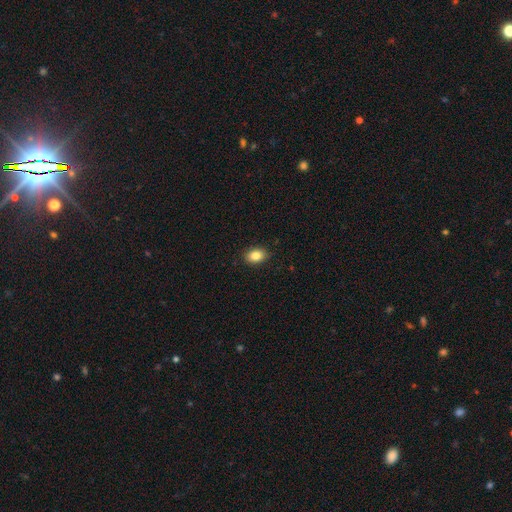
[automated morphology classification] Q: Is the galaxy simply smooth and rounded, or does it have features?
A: smooth — 85%.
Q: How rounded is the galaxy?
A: in between — 78%.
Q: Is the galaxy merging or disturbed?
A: none — 90%.